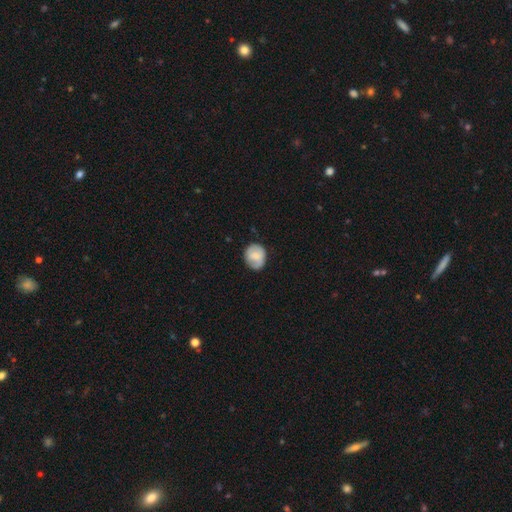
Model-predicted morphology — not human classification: smooth-or-featured: smooth: 69% | featured or disk: 24% | star or artifact: 7%
  how-rounded: round: 67% | in between: 32% | cigar-shaped: 1%
  merging: none: 71% | minor disturbance: 23% | major disturbance: 5% | merger: 1%